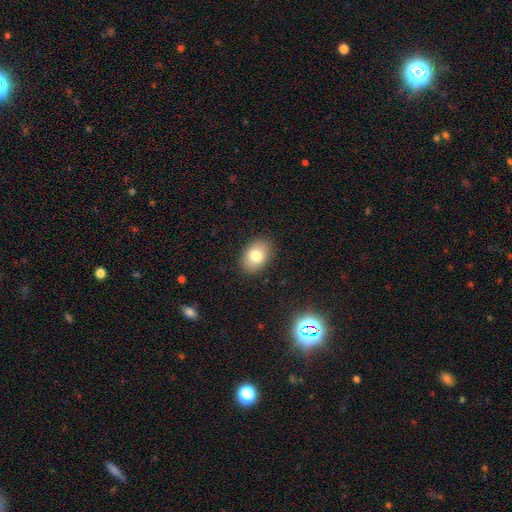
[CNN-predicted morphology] smooth_or_featured: smooth (p=0.79) [alt: featured or disk p=0.12]
how_rounded: in between (p=0.83) [alt: round p=0.16]
merging: none (p=0.88) [alt: minor disturbance p=0.09]